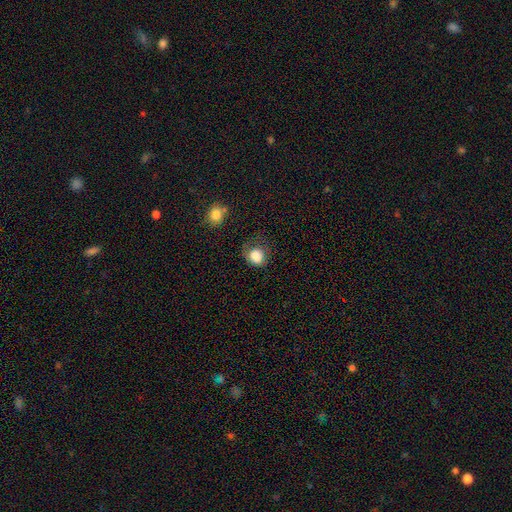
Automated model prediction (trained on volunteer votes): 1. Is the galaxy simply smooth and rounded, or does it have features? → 84% smooth, 9% star or artifact, 7% featured or disk.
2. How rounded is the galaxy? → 71% round, 28% in between, 1% cigar-shaped.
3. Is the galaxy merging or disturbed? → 54% none, 28% minor disturbance, 16% major disturbance, 3% merger.